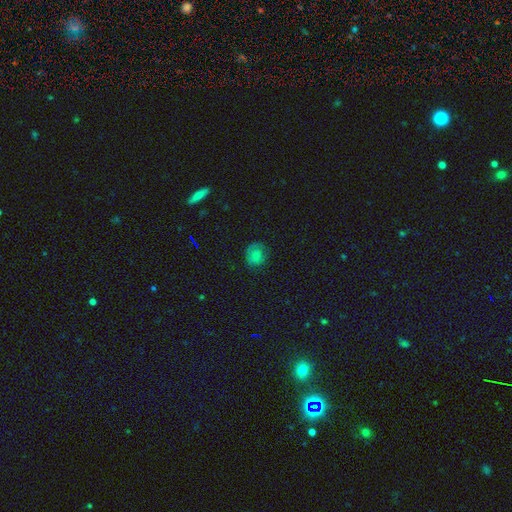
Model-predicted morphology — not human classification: type=smooth (70%); roundness=round (73%); merging=none (70%).